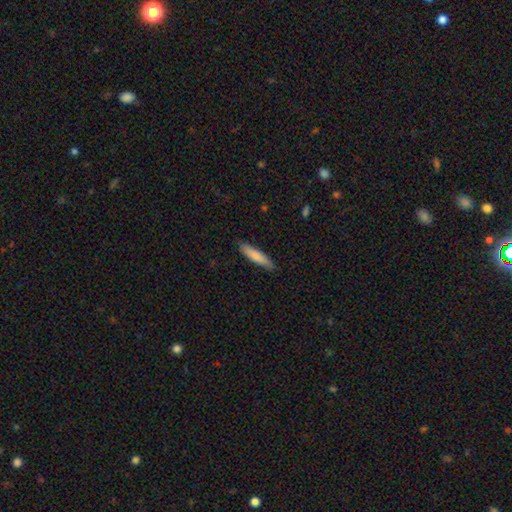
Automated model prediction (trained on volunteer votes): A smooth galaxy with no disk features (81%) that is cigar-shaped (83%). Merging: none (86%).